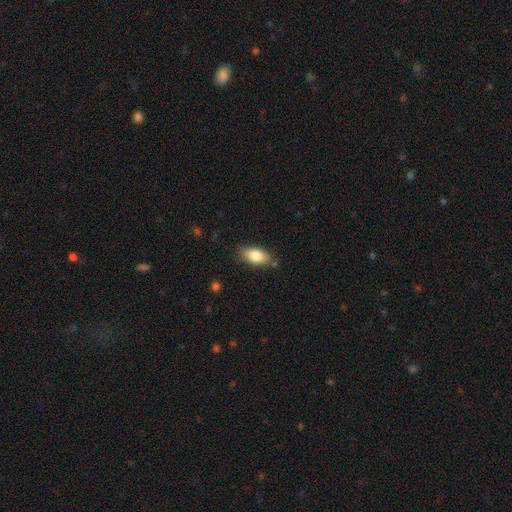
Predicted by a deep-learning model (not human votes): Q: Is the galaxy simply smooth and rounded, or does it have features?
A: smooth — 80%.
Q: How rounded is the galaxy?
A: in between — 88%.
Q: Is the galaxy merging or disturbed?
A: none — 80%.